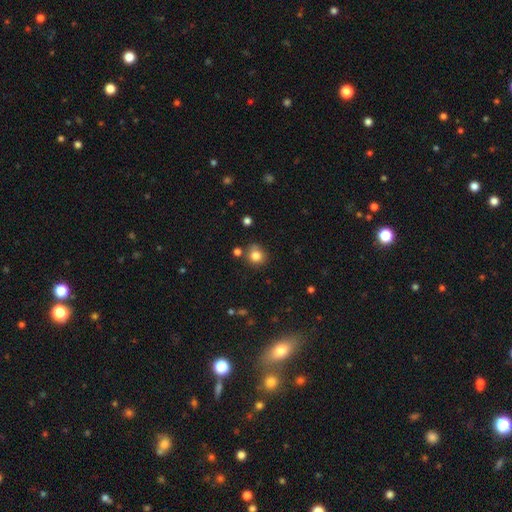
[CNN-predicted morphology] Smooth or featured: smooth — 82% (star or artifact — 12%)
How rounded: round — 86% (in between — 13%)
Merging: none — 75% (minor disturbance — 15%)